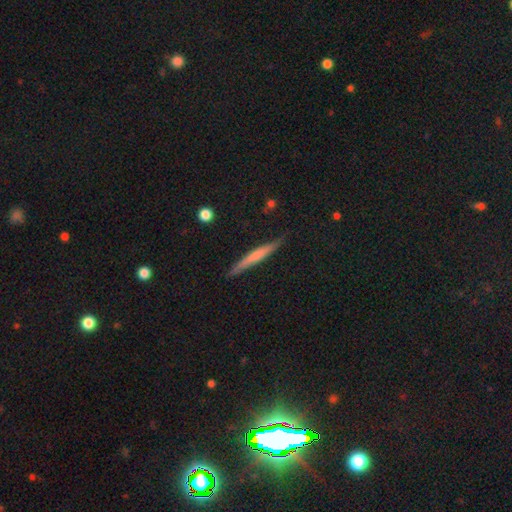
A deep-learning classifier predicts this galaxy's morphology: smooth_or_featured: smooth (p=0.49) [alt: featured or disk p=0.45]
merging: none (p=0.85) [alt: minor disturbance p=0.11]